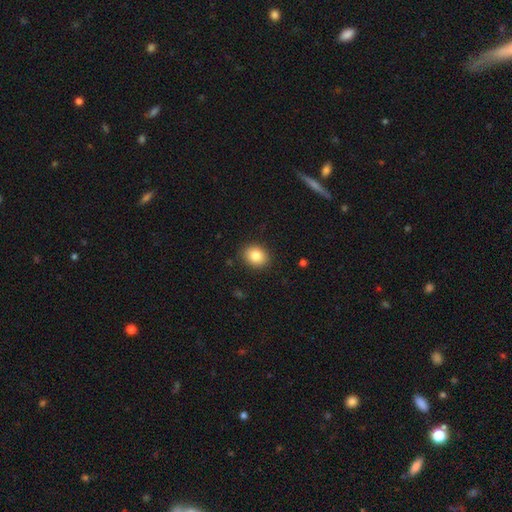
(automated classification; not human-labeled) A smooth galaxy with no disk features (84%) that is round (55%).

Vote fractions:
- Smooth or featured? smooth: 84% / star or artifact: 9% / featured or disk: 7%
- How rounded? round: 55% / in between: 44% / cigar-shaped: 1%
- Merging? none: 88% / minor disturbance: 9% / major disturbance: 2% / merger: 1%